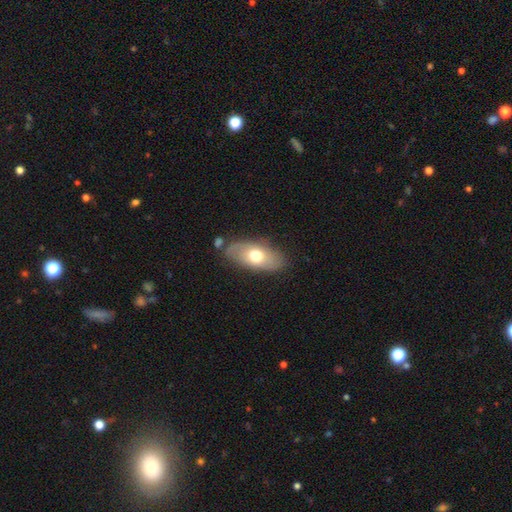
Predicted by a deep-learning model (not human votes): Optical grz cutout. It shows a smooth galaxy with no disk features (59%) that is in between round and cigar-shaped (89%). Merging: none (72%).